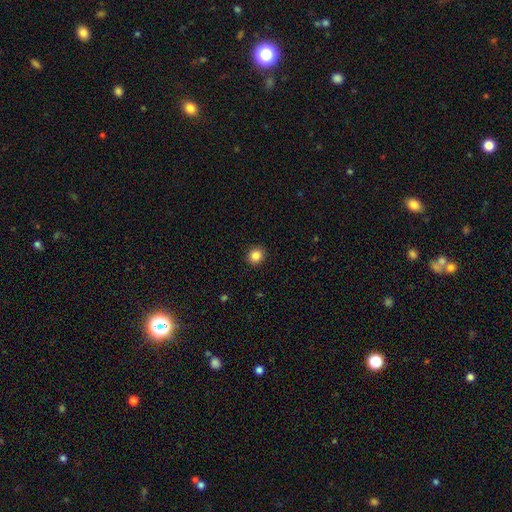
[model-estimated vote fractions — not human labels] smooth 85%, star or artifact 10%, featured or disk 4%. Down the decision tree: how rounded — round (84%); merging — none (92%).